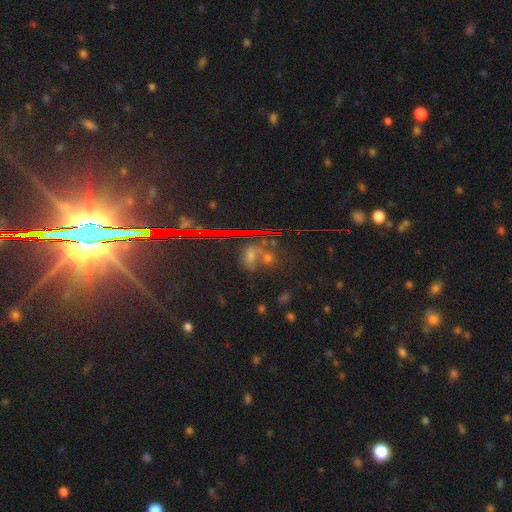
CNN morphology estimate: Smooth or featured?
  - star or artifact: 73% *
  - smooth: 14%
  - featured or disk: 13%